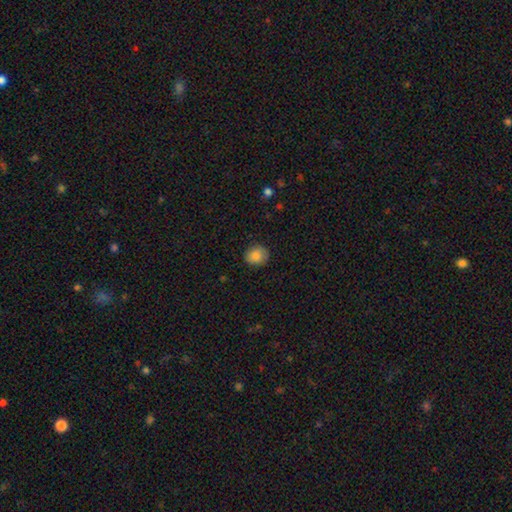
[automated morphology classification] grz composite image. It shows a smooth galaxy with no disk features (84%) that is round (76%). Merging: none (88%).